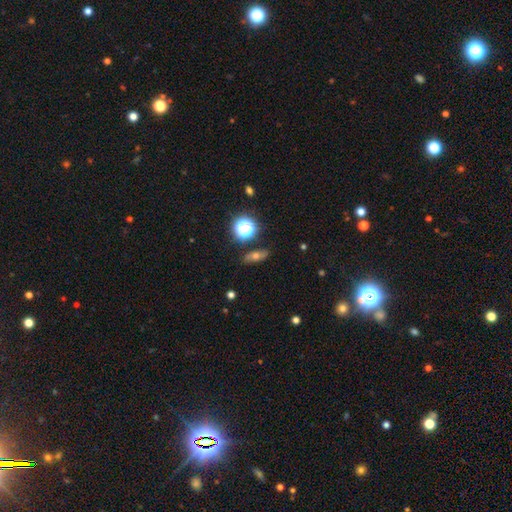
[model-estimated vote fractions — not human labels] Overall: smooth (48%; featured or disk 29%). Merging: none (84%).